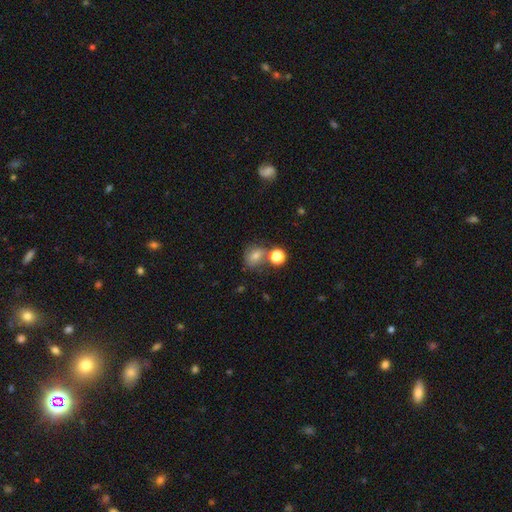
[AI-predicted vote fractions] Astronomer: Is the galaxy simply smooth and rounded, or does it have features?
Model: smooth — 69%.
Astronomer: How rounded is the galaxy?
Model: round — 62% (runner-up: in between, 37%).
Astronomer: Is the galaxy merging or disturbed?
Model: none — 57%.